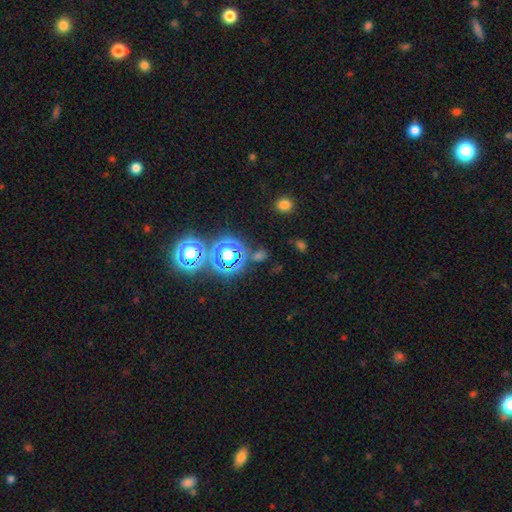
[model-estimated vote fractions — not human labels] The model was most divided on "smooth or featured": star or artifact: 63%, smooth: 28%, featured or disk: 9%.